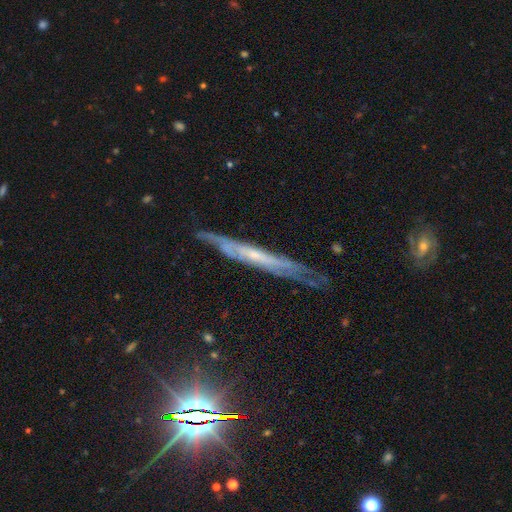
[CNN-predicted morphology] A featured or disk galaxy (74%) viewed edge-on (74%) with no central bulge (63%). Merging: none (70%).